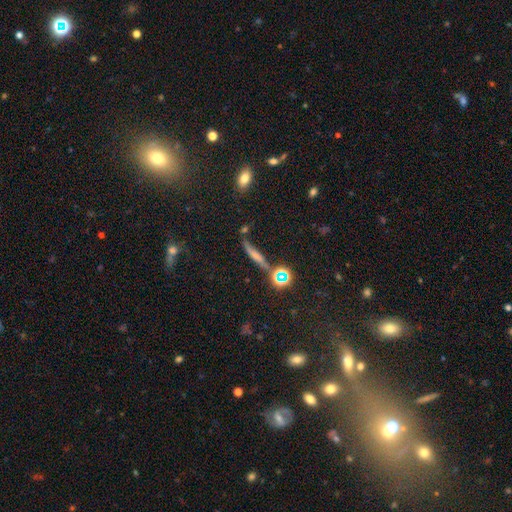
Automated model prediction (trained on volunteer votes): The model was most divided on "smooth or featured": smooth: 51%, featured or disk: 27%, star or artifact: 22%. More confident: how rounded — cigar-shaped (83%); merging — none (69%).